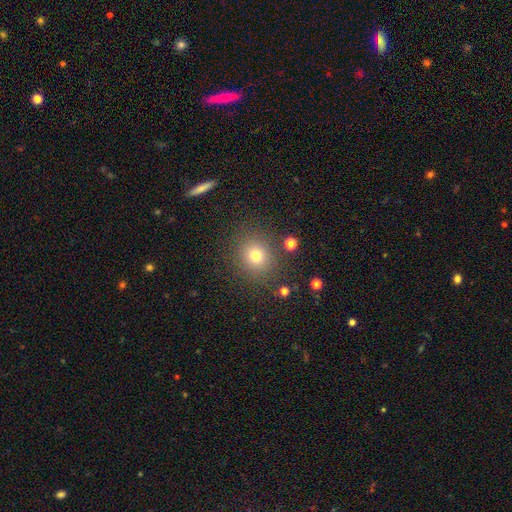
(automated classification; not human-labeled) This is likely a smooth galaxy (74%). How rounded: clearly round (86%). Merging: clearly none (85%).